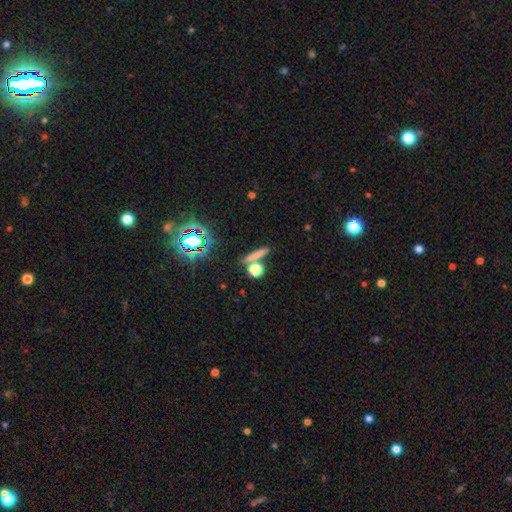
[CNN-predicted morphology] type=smooth (69%); roundness=cigar-shaped (67%); merging=none (75%).